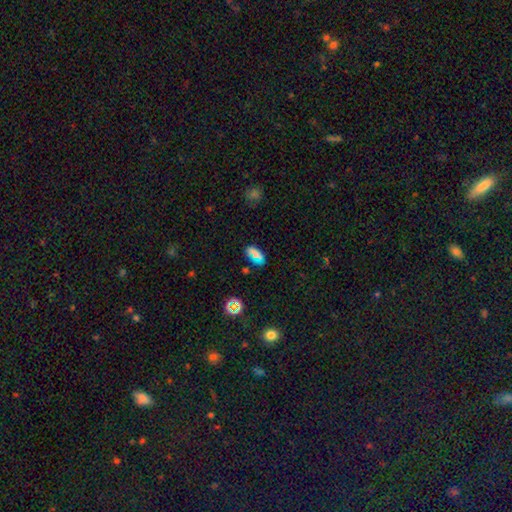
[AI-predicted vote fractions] Smooth or featured? Predicted: smooth (p=0.63). How rounded? Predicted: in between (p=0.87). Merging? Predicted: none (p=0.73).